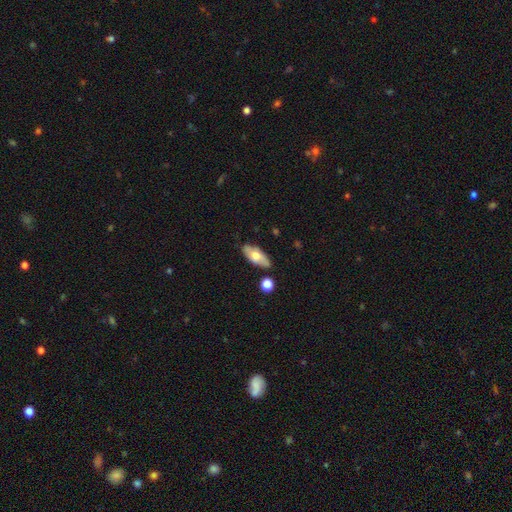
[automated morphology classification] smooth_or_featured: smooth (p=0.60) [alt: featured or disk p=0.33]
how_rounded: in between (p=0.85) [alt: cigar-shaped p=0.12]
merging: none (p=0.76) [alt: minor disturbance p=0.16]